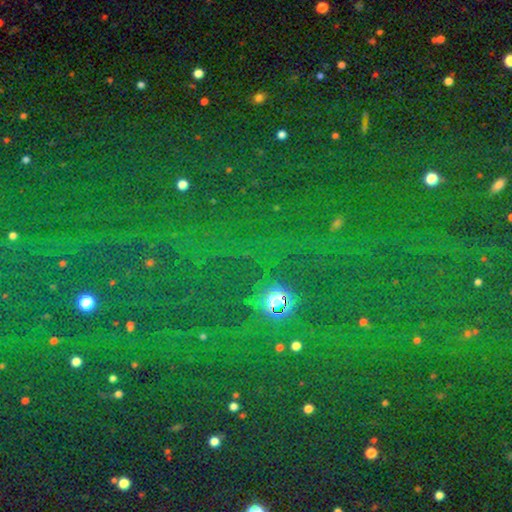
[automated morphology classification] The model was most divided on "smooth or featured": star or artifact: 81%, smooth: 12%, featured or disk: 7%.